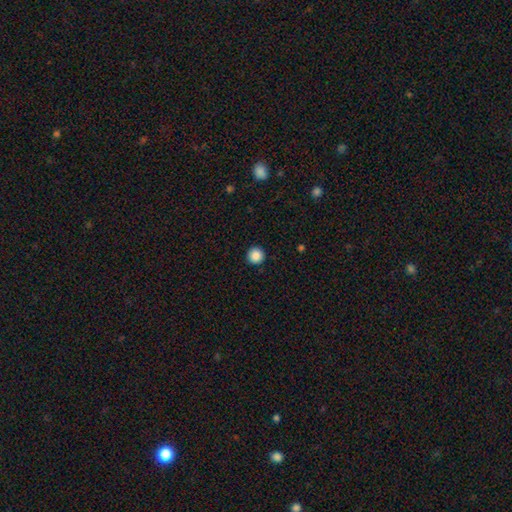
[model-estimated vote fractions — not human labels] Overall: smooth (88%). How rounded: round (96%). Merging: none (93%).